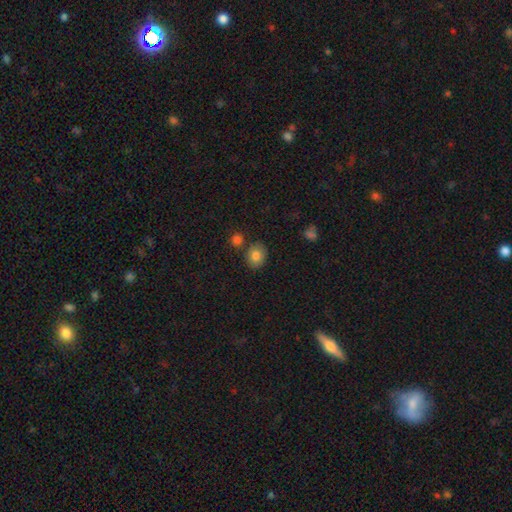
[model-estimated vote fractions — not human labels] The model was most divided on "how rounded": round: 51%, in between: 48%, cigar-shaped: 1%. More confident: smooth or featured — smooth (81%); merging — none (76%).